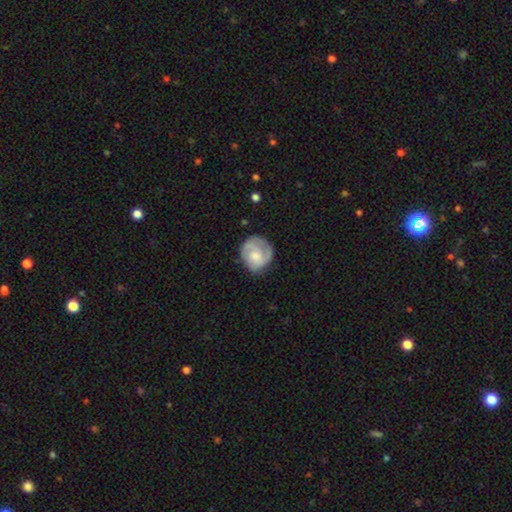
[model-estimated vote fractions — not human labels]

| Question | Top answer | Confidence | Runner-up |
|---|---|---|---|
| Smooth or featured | featured or disk | 60% | smooth (34%) |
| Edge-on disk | no | 98% | yes (2%) |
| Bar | no | 68% | weak (28%) |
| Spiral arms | yes | 87% | no (13%) |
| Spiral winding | tight | 48% | medium (38%) |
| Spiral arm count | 2 | 41% | can't tell (24%) |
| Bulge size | moderate | 44% | small (39%) |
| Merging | none | 67% | minor disturbance (22%) |